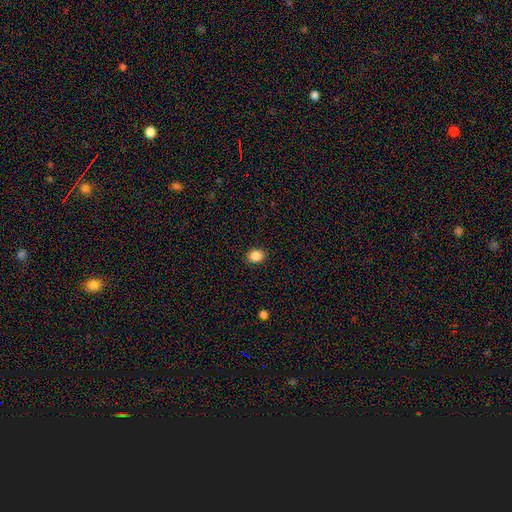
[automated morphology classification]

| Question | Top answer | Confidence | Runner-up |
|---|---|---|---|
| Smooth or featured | smooth | 87% | star or artifact (10%) |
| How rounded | round | 58% | in between (41%) |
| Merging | none | 90% | minor disturbance (7%) |